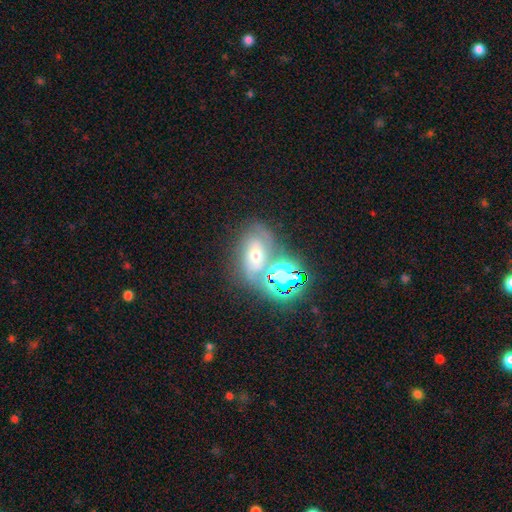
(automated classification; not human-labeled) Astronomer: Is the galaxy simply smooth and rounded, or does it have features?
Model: smooth — 38% (runner-up: star or artifact, 31%).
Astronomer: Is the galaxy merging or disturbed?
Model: none — 51% (runner-up: merger, 26%).